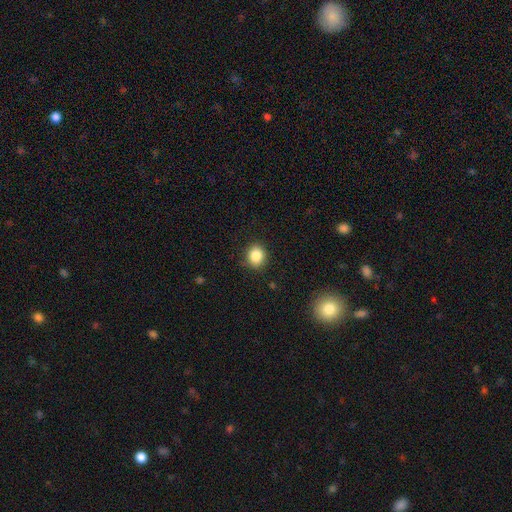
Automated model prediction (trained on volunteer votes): A smooth galaxy with no disk features (85%) that is round (76%). Merging: none (87%).